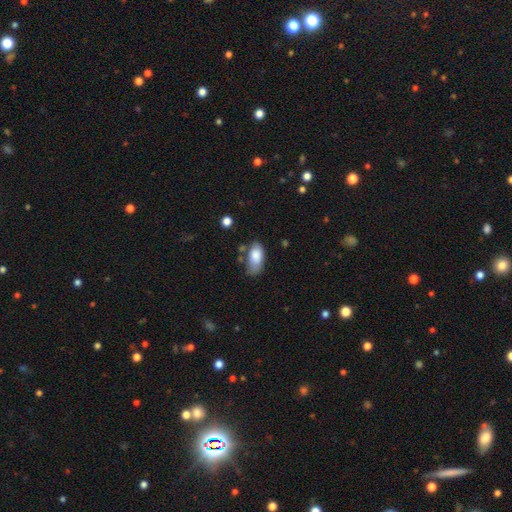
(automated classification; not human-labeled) smooth 83%, featured or disk 11%, star or artifact 7%. Down the decision tree: how rounded — in between (92%); merging — none (52%).